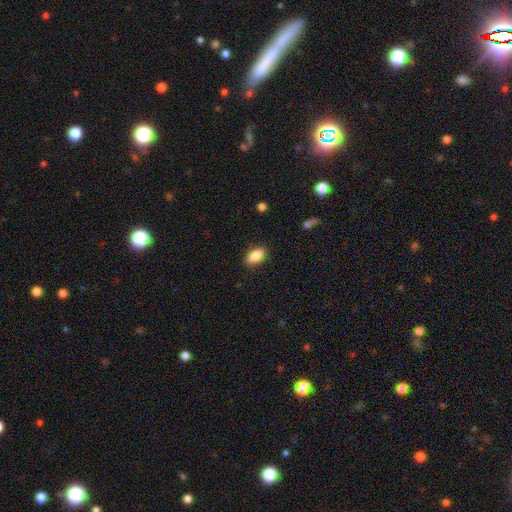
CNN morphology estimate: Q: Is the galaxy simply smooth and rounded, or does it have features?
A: smooth — 87%.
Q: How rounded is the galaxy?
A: in between — 91%.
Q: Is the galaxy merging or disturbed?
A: none — 87%.